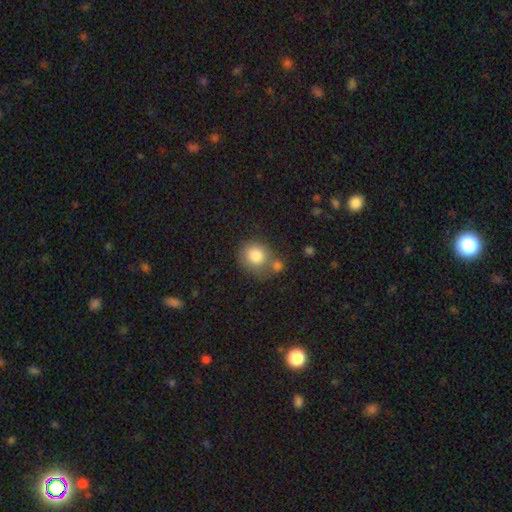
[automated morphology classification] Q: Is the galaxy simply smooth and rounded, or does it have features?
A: smooth — 82%.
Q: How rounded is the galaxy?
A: round — 79%.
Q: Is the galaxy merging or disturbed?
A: none — 53%.